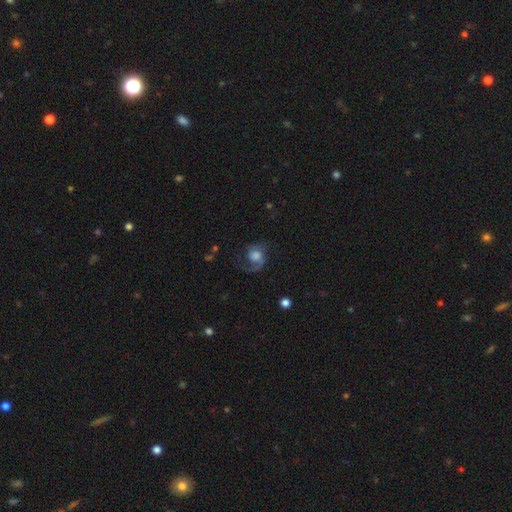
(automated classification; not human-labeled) Smooth or featured?
  - featured or disk: 68% *
  - smooth: 24%
  - star or artifact: 8%
Edge-on disk?
  - no: 98% *
  - yes: 2%
Bar?
  - no: 70% *
  - weak: 26%
  - strong: 4%
Spiral arms?
  - yes: 93% *
  - no: 7%
Spiral winding?
  - medium: 43% *
  - loose: 42%
  - tight: 15%
Spiral arm count?
  - 2: 54% *
  - 1: 40%
  - can't tell: 3%
  - 3: 1%
  - 4: 1%
  - more than 4: 1%
Bulge size?
  - large: 40% *
  - moderate: 30%
  - small: 12%
  - dominant: 9%
  - none: 9%
Merging?
  - none: 55% *
  - major disturbance: 24%
  - minor disturbance: 19%
  - merger: 2%